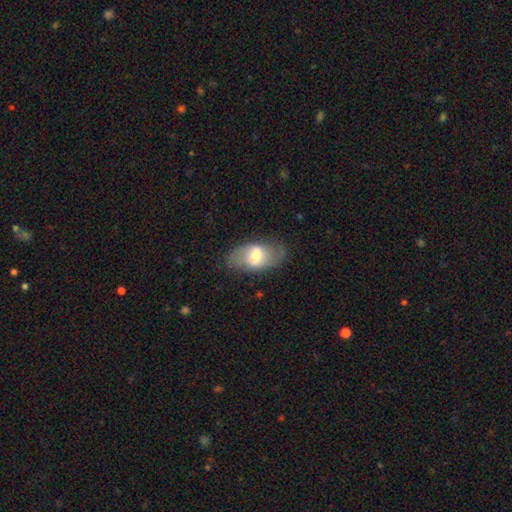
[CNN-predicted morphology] Smooth or featured? featured or disk (51%)
Edge-on disk? no (90%)
Merging? none (75%)